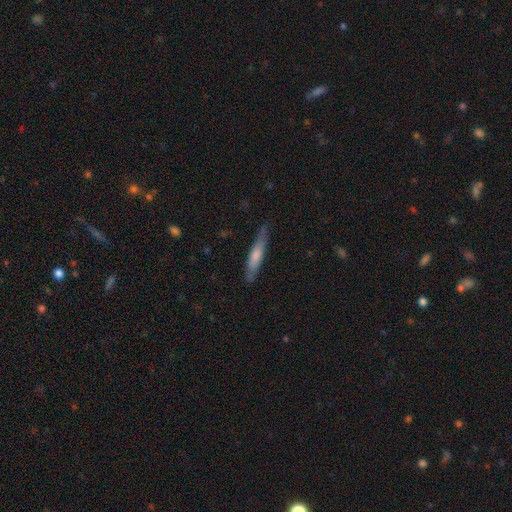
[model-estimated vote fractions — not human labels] This is likely a smooth galaxy (62%). How rounded: clearly cigar-shaped (89%). Merging: likely none (79%).